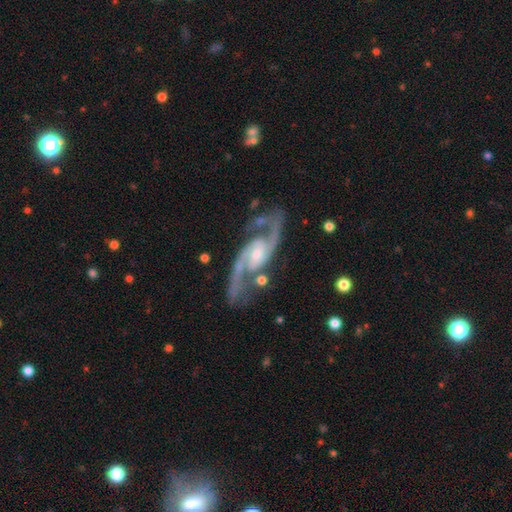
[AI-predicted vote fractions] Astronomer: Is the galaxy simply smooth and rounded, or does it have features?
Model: featured or disk — 93%.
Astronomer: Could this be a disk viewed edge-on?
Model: no — 97%.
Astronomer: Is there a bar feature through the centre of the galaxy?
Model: weak — 44% (runner-up: no, 38%).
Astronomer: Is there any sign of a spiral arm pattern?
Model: yes — 98%.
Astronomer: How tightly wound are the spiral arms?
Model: medium — 60%.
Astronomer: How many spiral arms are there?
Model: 2 — 94%.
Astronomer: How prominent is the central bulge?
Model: small — 53% (runner-up: moderate, 39%).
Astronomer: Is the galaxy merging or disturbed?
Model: none — 75%.